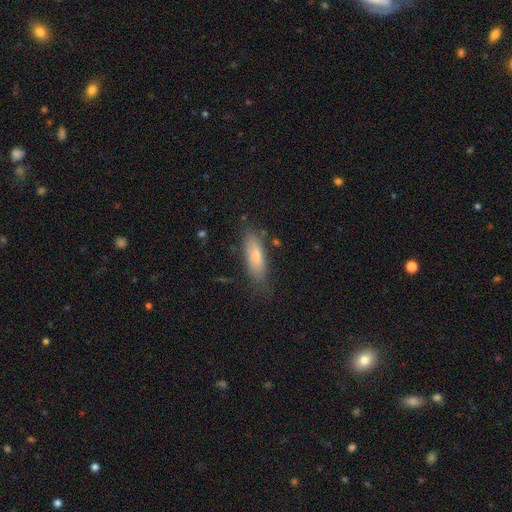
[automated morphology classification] Smooth or featured? smooth (68%)
How rounded? in between (53%)
Merging? none (72%)